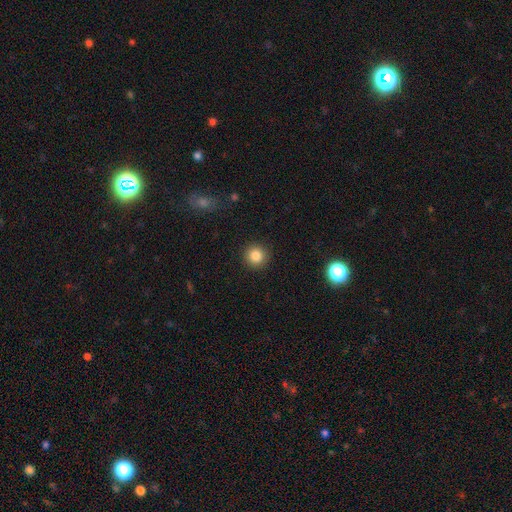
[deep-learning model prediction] Smooth or featured: smooth — 85% (star or artifact — 11%)
How rounded: round — 94% (in between — 5%)
Merging: none — 91% (minor disturbance — 5%)